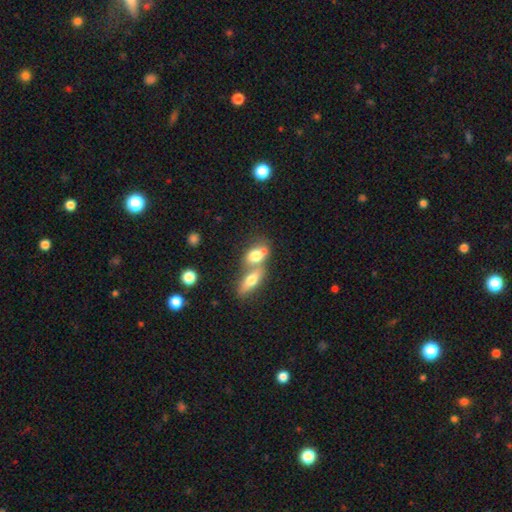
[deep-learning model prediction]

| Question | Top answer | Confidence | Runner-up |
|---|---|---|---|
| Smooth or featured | smooth | 71% | featured or disk (21%) |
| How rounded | in between | 68% | round (26%) |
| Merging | merger | 67% | none (23%) |